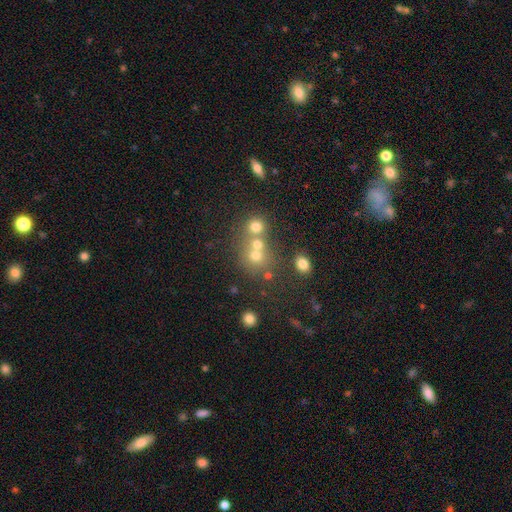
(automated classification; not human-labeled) This is likely a smooth galaxy (66%). How rounded: likely round (80%). Merging: marginally none (45%).